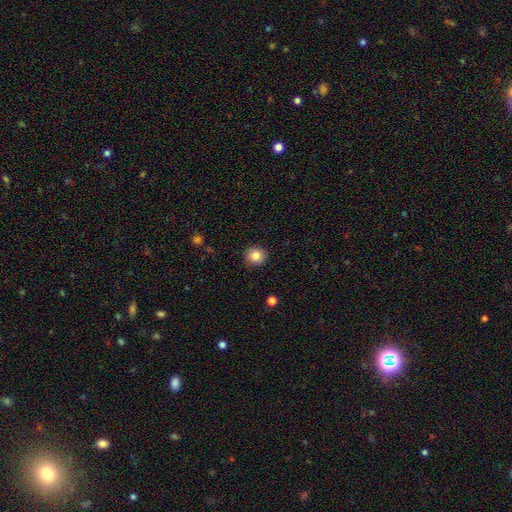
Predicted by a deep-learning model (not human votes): smooth 84%, star or artifact 9%, featured or disk 6%. Down the decision tree: how rounded — round (90%); merging — none (90%).